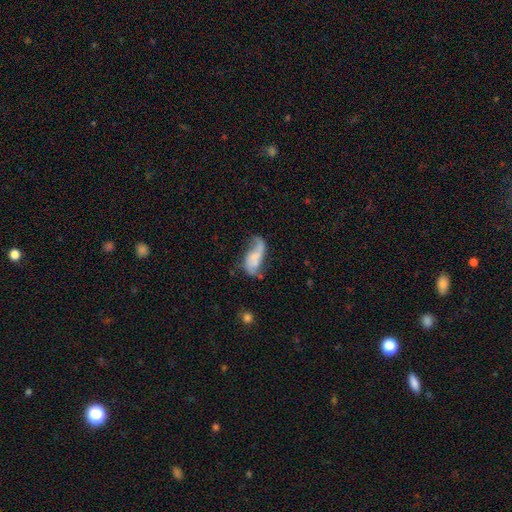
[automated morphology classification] Overall: featured or disk (51%; smooth 41%). Edge-on disk: no (94%). Merging: major disturbance (33%; none 31%).